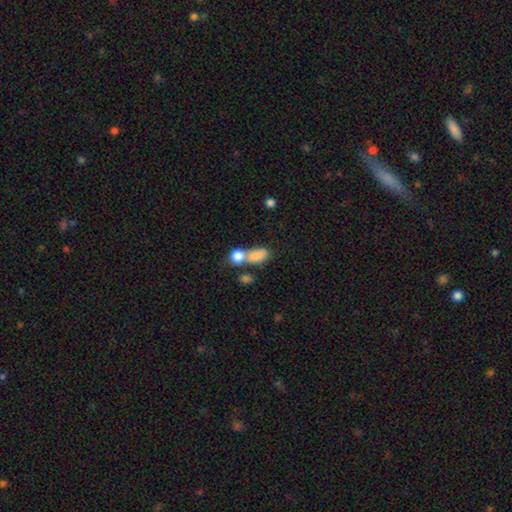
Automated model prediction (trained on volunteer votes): A smooth galaxy with no disk features (82%) that is in between round and cigar-shaped (77%).

Vote fractions:
- Smooth or featured? smooth: 82% / featured or disk: 9% / star or artifact: 9%
- How rounded? in between: 77% / round: 18% / cigar-shaped: 4%
- Merging? merger: 54% / none: 29% / minor disturbance: 10% / major disturbance: 7%